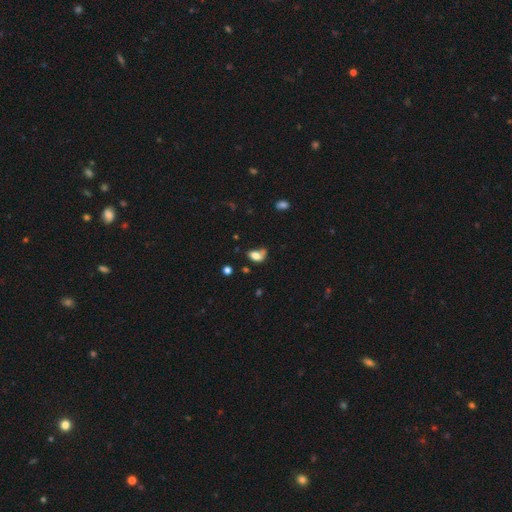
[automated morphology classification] Q: Smooth or featured?
A: smooth (75%); runner-up: featured or disk (14%)
Q: How rounded?
A: in between (84%); runner-up: round (13%)
Q: Merging?
A: none (34%); runner-up: minor disturbance (27%)